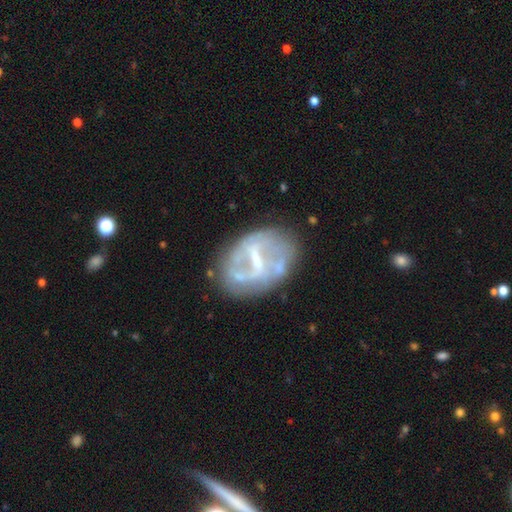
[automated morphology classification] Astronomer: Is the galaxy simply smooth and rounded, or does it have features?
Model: featured or disk — 76%.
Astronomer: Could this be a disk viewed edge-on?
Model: no — 96%.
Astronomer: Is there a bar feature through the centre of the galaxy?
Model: strong — 47% (runner-up: weak, 39%).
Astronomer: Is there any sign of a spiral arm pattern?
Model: yes — 53% (runner-up: no, 47%).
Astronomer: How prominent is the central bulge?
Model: small — 45% (runner-up: none, 26%).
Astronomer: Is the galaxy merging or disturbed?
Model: none — 62%.